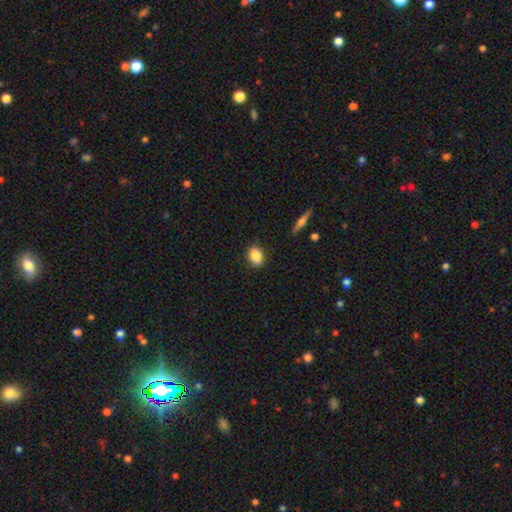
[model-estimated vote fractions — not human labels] Overall: smooth (86%). How rounded: in between (76%). Merging: none (86%).